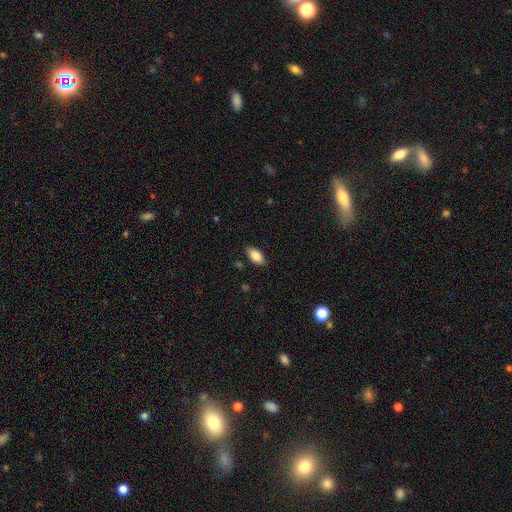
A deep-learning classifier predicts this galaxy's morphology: Smooth or featured: smooth — 86% (star or artifact — 7%)
How rounded: in between — 92% (cigar-shaped — 5%)
Merging: none — 85% (minor disturbance — 11%)